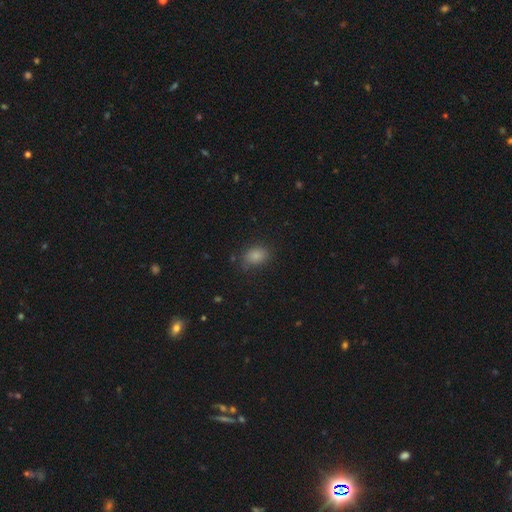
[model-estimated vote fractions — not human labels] Morphology: type=smooth (83%); roundness=in between (65%); merging=none (77%).